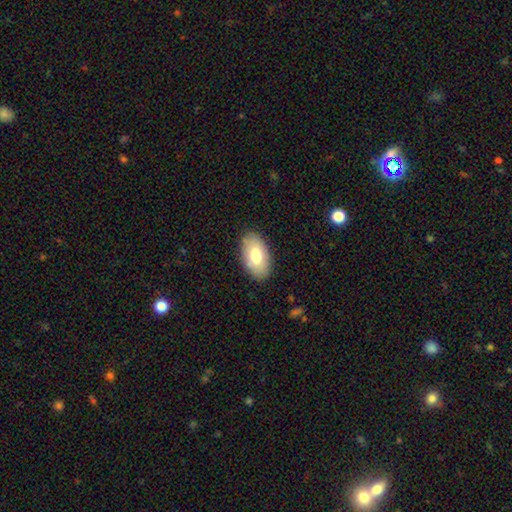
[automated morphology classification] Q: Smooth or featured?
A: smooth (75%); runner-up: featured or disk (18%)
Q: How rounded?
A: in between (94%); runner-up: round (4%)
Q: Merging?
A: none (85%); runner-up: minor disturbance (11%)